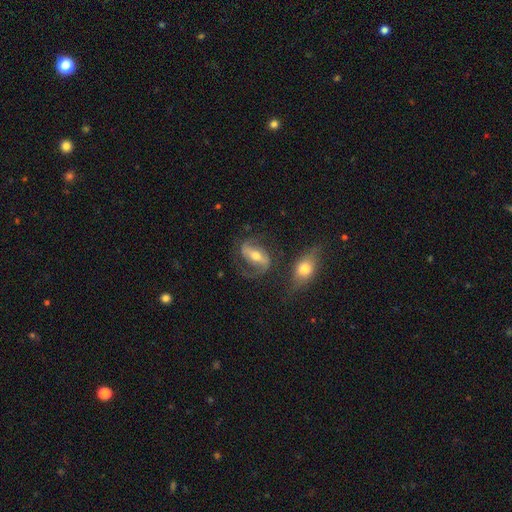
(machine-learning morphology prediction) smooth_or_featured: featured or disk (p=0.80) [alt: smooth p=0.13]
disk_edge_on: no (p=0.93) [alt: yes p=0.07]
bar: strong (p=0.57) [alt: weak p=0.29]
has_spiral_arms: yes (p=0.92) [alt: no p=0.08]
spiral_winding: medium (p=0.49) [alt: loose p=0.33]
spiral_arm_count: 2 (p=0.88) [alt: 1 p=0.05]
bulge_size: moderate (p=0.62) [alt: small p=0.29]
merging: none (p=0.62) [alt: minor disturbance p=0.16]